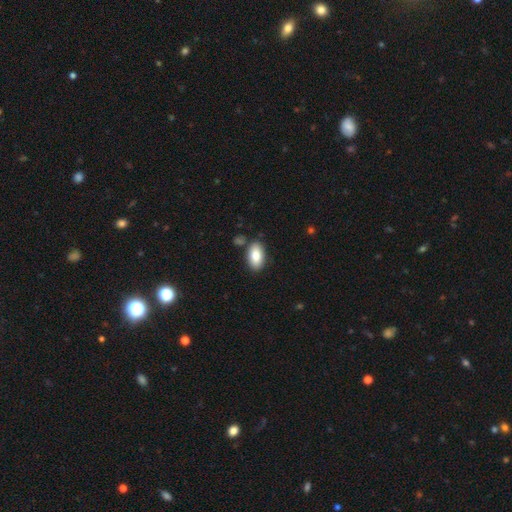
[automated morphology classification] This is clearly a smooth galaxy (84%). How rounded: clearly in between (94%). Merging: clearly none (81%).